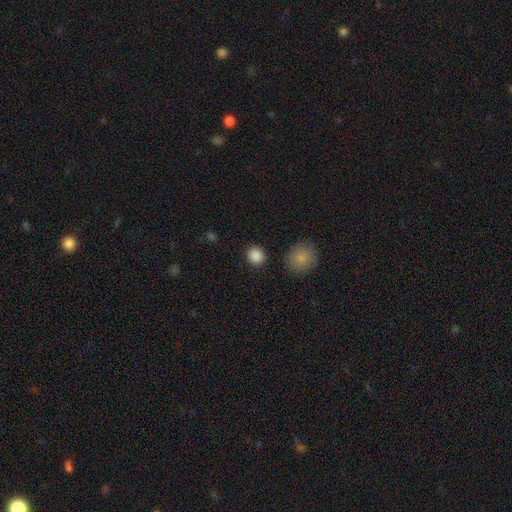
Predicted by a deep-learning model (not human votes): This appears to be a smooth galaxy with no disk features (87%) that is round (87%). Merging: none (89%).